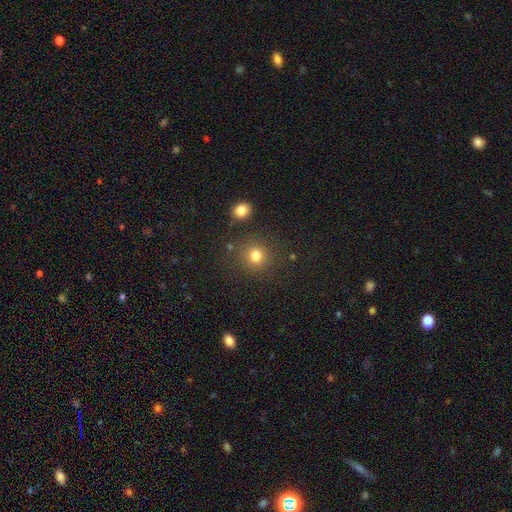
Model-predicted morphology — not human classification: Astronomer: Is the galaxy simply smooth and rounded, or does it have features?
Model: smooth — 80%.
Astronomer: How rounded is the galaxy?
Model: round — 89%.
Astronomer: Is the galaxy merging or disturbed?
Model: none — 83%.